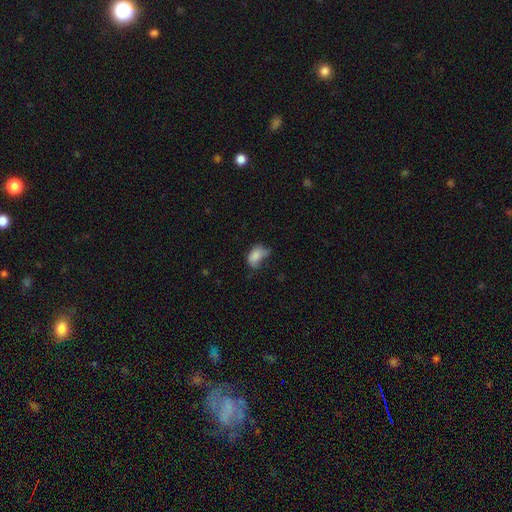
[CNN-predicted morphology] This is likely a smooth galaxy (78%). How rounded: clearly in between (86%). Merging: marginally minor disturbance (37%).